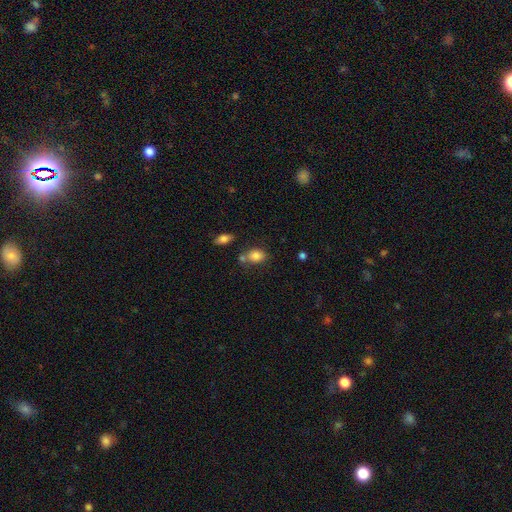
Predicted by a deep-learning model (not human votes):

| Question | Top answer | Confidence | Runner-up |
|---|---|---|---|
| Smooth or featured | smooth | 82% | star or artifact (10%) |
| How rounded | in between | 66% | round (32%) |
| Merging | none | 61% | merger (19%) |